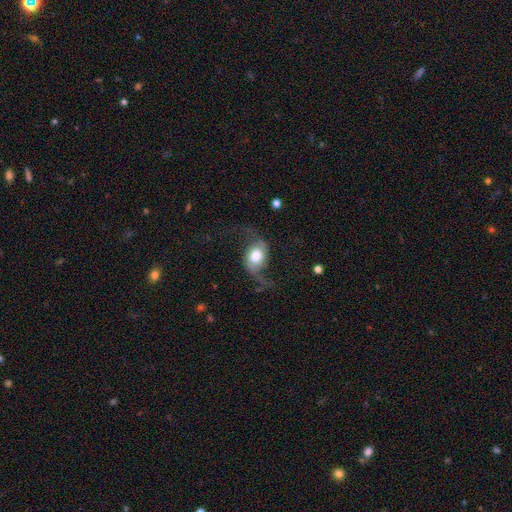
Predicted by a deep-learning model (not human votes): smooth_or_featured: featured or disk (p=0.67) [alt: smooth p=0.26]
disk_edge_on: no (p=0.95) [alt: yes p=0.05]
bar: no (p=0.65) [alt: weak p=0.26]
has_spiral_arms: yes (p=0.90) [alt: no p=0.10]
spiral_winding: loose (p=0.87) [alt: medium p=0.11]
spiral_arm_count: 2 (p=0.92) [alt: 1 p=0.04]
bulge_size: moderate (p=0.40) [alt: large p=0.39]
merging: none (p=0.53) [alt: major disturbance p=0.25]